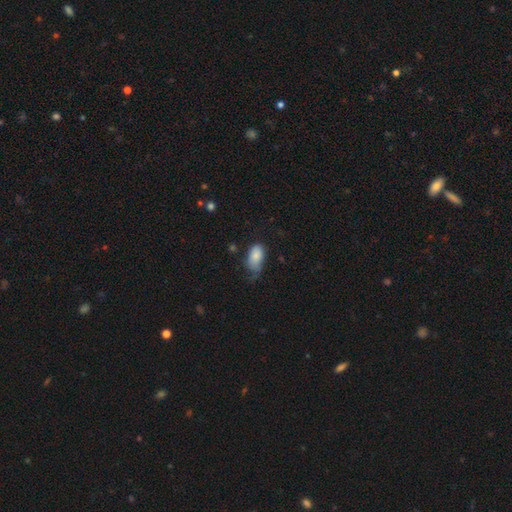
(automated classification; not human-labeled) A smooth galaxy with no disk features (83%) that is in between round and cigar-shaped (93%). Merging: minor disturbance (44%).